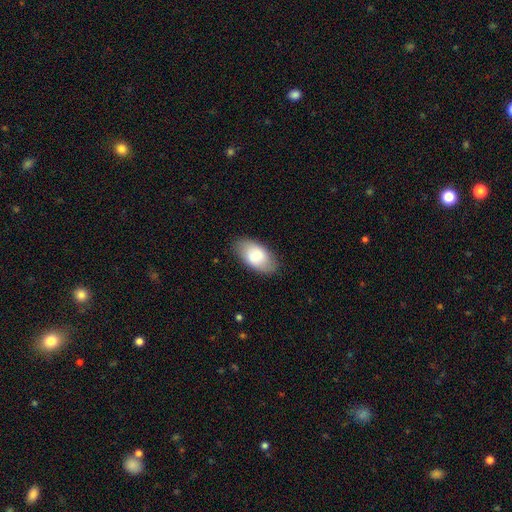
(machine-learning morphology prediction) This appears to be a smooth galaxy with no disk features (77%) that is in between round and cigar-shaped (94%). Merging: none (83%).